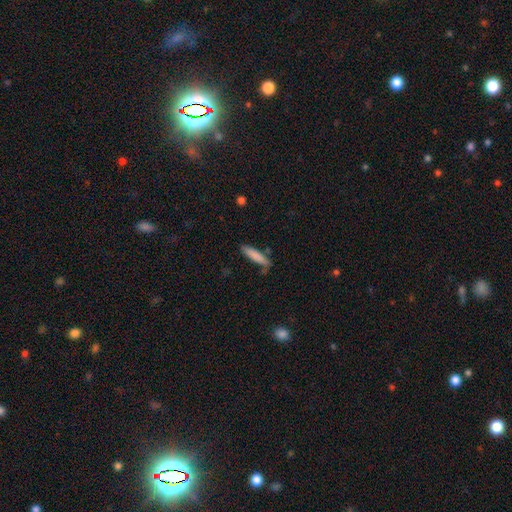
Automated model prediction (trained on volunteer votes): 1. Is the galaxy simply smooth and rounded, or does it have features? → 82% smooth, 12% featured or disk, 6% star or artifact.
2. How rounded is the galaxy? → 82% cigar-shaped, 16% in between, 1% round.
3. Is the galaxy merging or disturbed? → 72% none, 19% minor disturbance, 5% merger, 4% major disturbance.